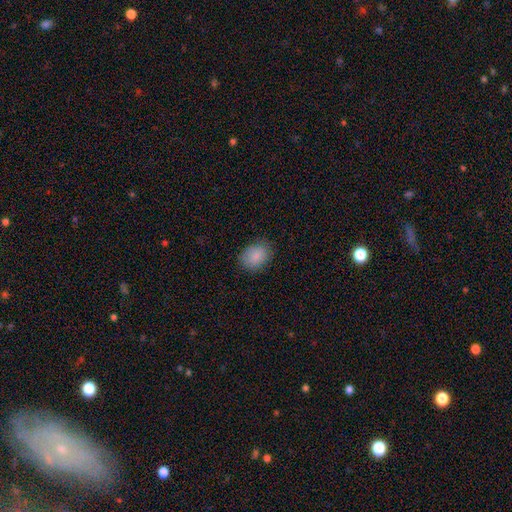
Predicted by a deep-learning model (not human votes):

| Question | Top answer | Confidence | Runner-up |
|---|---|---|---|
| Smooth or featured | smooth | 88% | star or artifact (7%) |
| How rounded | in between | 57% | round (42%) |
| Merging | none | 81% | minor disturbance (15%) |